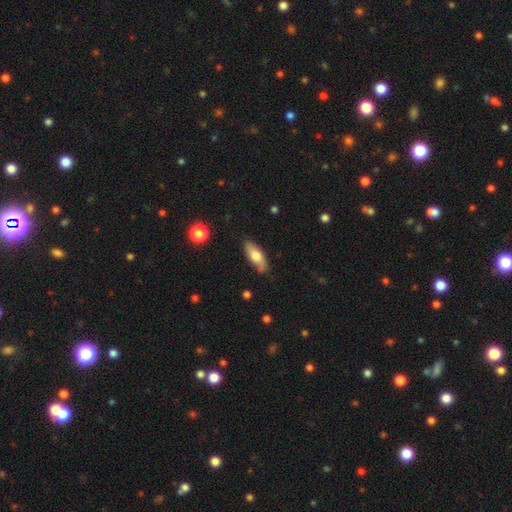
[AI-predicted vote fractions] Smooth or featured? Predicted: smooth (p=0.67). How rounded? Predicted: in between (p=0.76). Merging? Predicted: none (p=0.78).